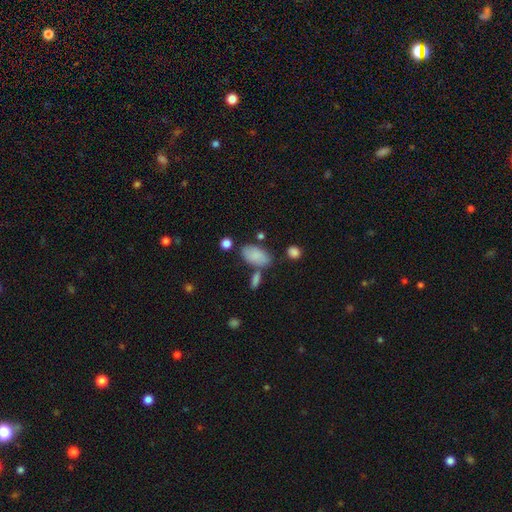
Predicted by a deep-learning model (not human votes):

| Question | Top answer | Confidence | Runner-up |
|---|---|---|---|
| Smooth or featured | smooth | 84% | featured or disk (8%) |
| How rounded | in between | 93% | round (4%) |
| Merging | none | 65% | minor disturbance (17%) |